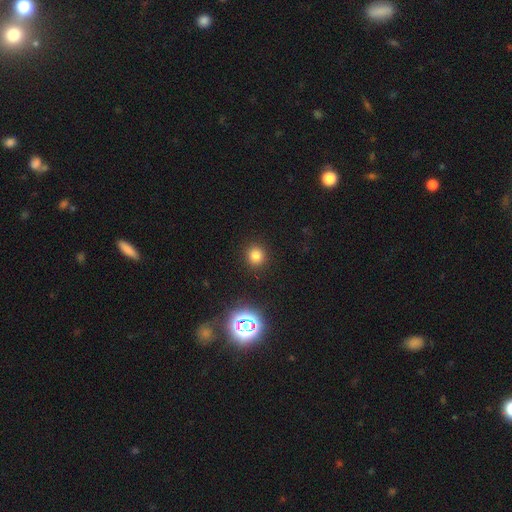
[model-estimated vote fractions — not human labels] A smooth galaxy with no disk features (77%) that is round (90%).

Vote fractions:
- Smooth or featured? smooth: 77% / star or artifact: 18% / featured or disk: 5%
- How rounded? round: 90% / in between: 9% / cigar-shaped: 1%
- Merging? none: 91% / minor disturbance: 6% / major disturbance: 2% / merger: 1%